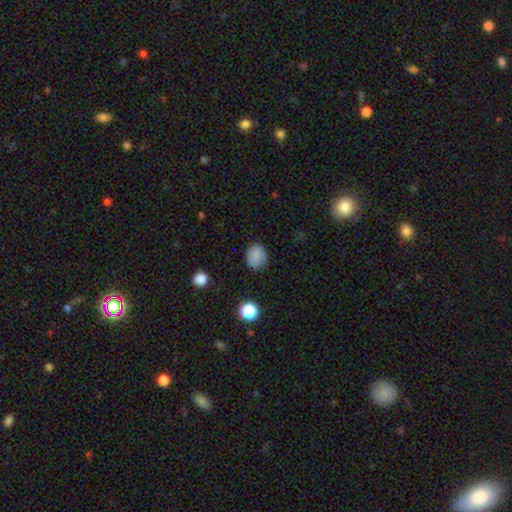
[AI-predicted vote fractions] A smooth galaxy with no disk features (84%) that is round (68%).

Vote fractions:
- Smooth or featured? smooth: 84% / star or artifact: 10% / featured or disk: 5%
- How rounded? round: 68% / in between: 31% / cigar-shaped: 1%
- Merging? none: 84% / minor disturbance: 12% / major disturbance: 3% / merger: 1%